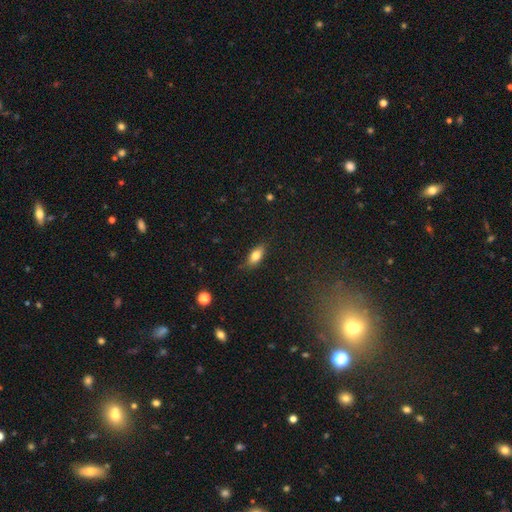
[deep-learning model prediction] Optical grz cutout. It shows a smooth galaxy with no disk features (79%) that is in between round and cigar-shaped (84%). Merging: none (80%).